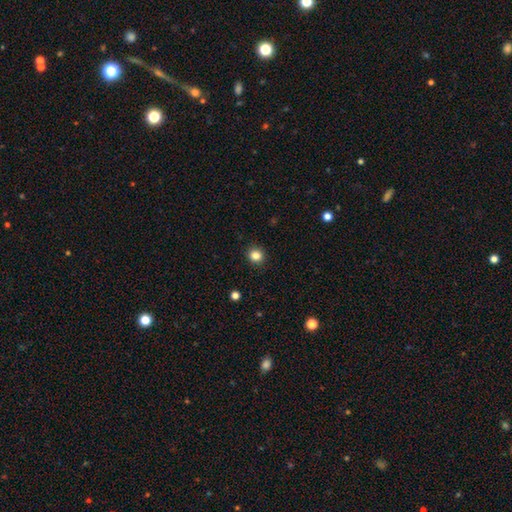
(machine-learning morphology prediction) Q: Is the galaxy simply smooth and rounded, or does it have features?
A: smooth — 84%.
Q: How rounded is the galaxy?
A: round — 87%.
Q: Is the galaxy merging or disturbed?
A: none — 91%.